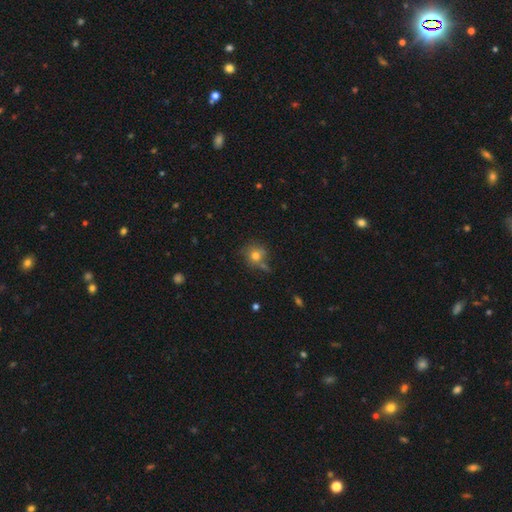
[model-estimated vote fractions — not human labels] This appears to be a smooth galaxy with no disk features (75%) that is round (86%). Merging: none (66%).